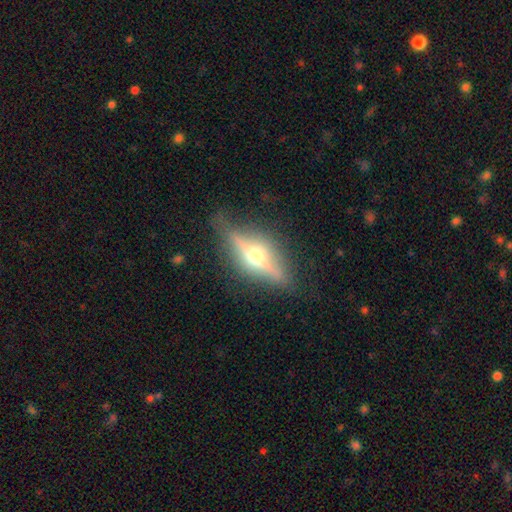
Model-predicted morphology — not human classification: This is likely a featured or disk galaxy (75%). It is clearly viewed edge-on (92%). Edge-on bulge: clearly rounded (95%). Merging: clearly none (81%).